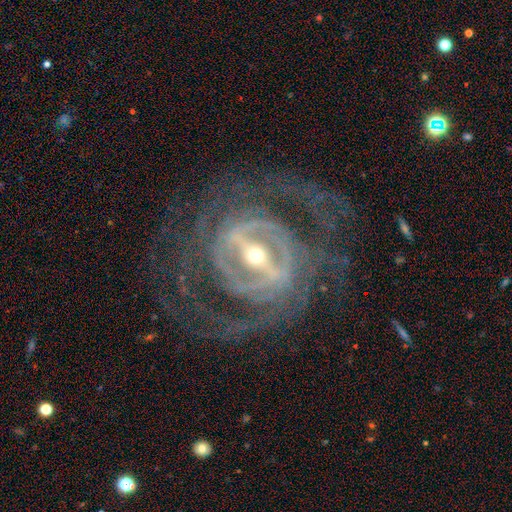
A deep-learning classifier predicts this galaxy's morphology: Smooth or featured? featured or disk (91%)
Edge-on disk? no (94%)
Bar? strong (78%)
Spiral arms? yes (92%)
Spiral winding? tight (49%)
Spiral arm count? 2 (39%)
Bulge size? small (55%)
Merging? none (64%)